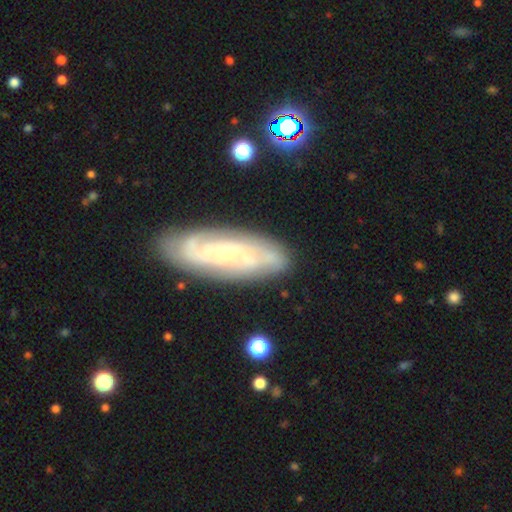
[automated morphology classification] A featured or disk galaxy (76%) with no bar (63%), tight (58%) spiral arms (91%) and a small central bulge (71%).

Vote fractions:
- Smooth or featured? featured or disk: 76% / smooth: 17% / star or artifact: 7%
- Edge-on disk? no: 85% / yes: 15%
- Bar? no: 63% / weak: 29% / strong: 8%
- Spiral arms? yes: 91% / no: 9%
- Spiral winding? tight: 58% / medium: 32% / loose: 10%
- Spiral arm count? can't tell: 41% / 2: 29% / 3: 14% / 4: 8% / more than 4: 4% / 1: 4%
- Bulge size? small: 71% / moderate: 23% / none: 3% / large: 2% / dominant: 1%
- Merging? none: 83% / minor disturbance: 13% / major disturbance: 3% / merger: 2%